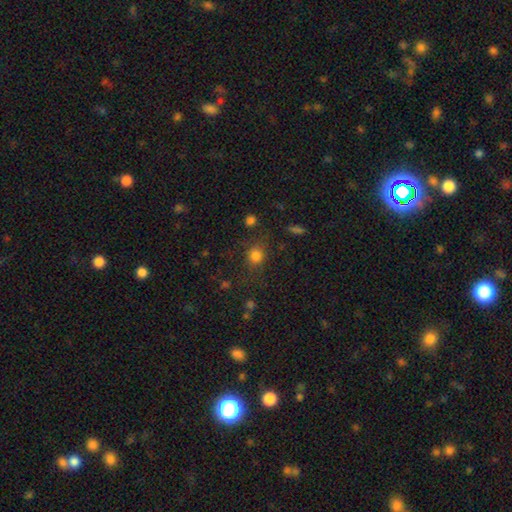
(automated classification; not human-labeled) The model was most divided on "how rounded": round: 76%, in between: 22%, cigar-shaped: 1%. More confident: smooth or featured — smooth (79%); merging — none (74%).